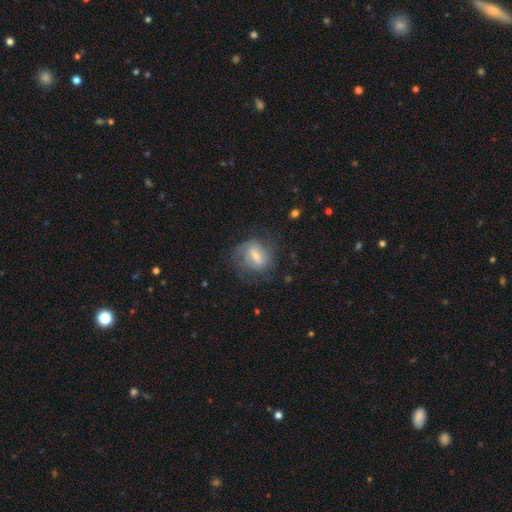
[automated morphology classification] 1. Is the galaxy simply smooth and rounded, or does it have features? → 51% featured or disk, 41% smooth, 8% star or artifact.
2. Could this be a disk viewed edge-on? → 94% no, 6% yes.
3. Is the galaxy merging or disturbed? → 57% none, 23% minor disturbance, 18% major disturbance, 2% merger.